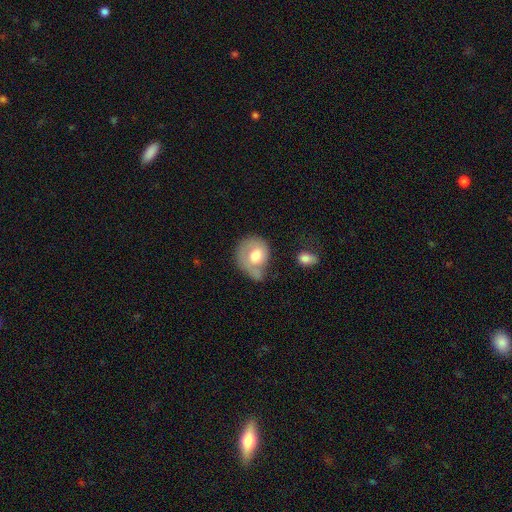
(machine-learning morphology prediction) smooth 64%, featured or disk 30%, star or artifact 6%. Down the decision tree: how rounded — round (71%); merging — none (30%).